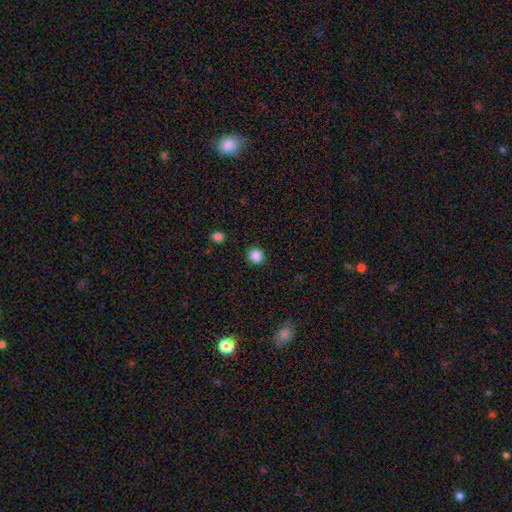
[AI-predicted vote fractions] This is clearly a smooth galaxy (87%). How rounded: clearly round (91%). Merging: clearly none (91%).